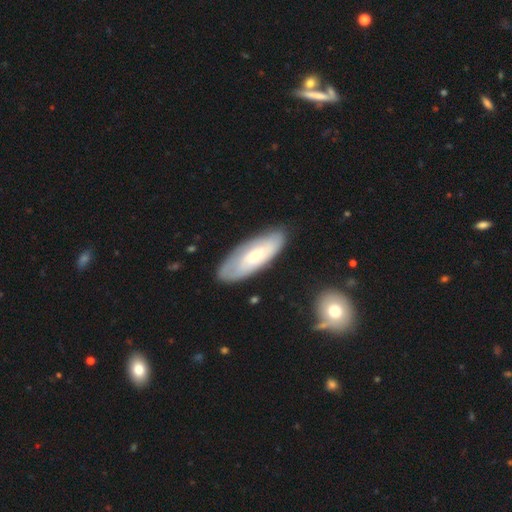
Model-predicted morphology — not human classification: smooth_or_featured: smooth (p=0.49) [alt: featured or disk p=0.45]
merging: none (p=0.76) [alt: minor disturbance p=0.17]